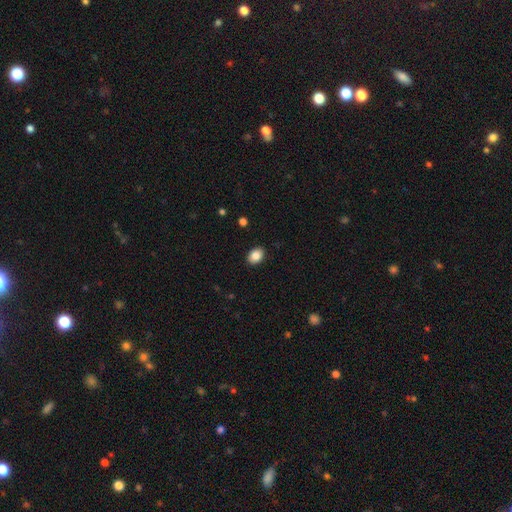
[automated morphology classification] This appears to be a smooth galaxy with no disk features (87%) that is in between round and cigar-shaped (72%). Merging: none (90%).